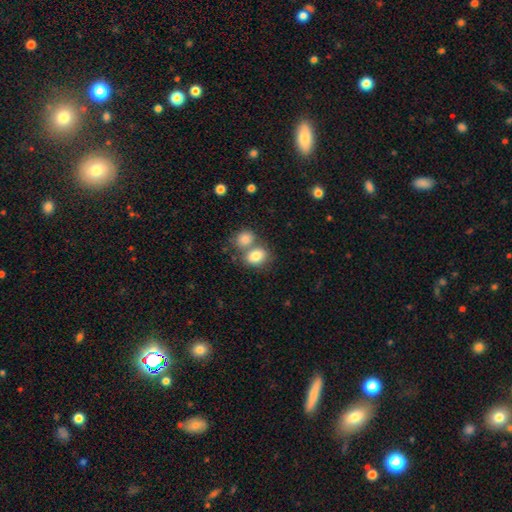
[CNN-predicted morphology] A smooth galaxy with no disk features (82%) that is in between round and cigar-shaped (69%).

Vote fractions:
- Smooth or featured? smooth: 82% / featured or disk: 10% / star or artifact: 8%
- How rounded? in between: 69% / round: 30% / cigar-shaped: 1%
- Merging? merger: 48% / none: 39% / minor disturbance: 10% / major disturbance: 4%